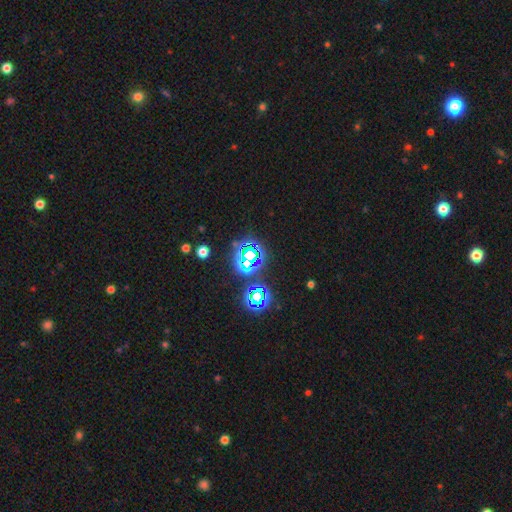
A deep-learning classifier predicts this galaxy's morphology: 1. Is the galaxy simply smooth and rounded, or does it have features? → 72% star or artifact, 18% smooth, 11% featured or disk.